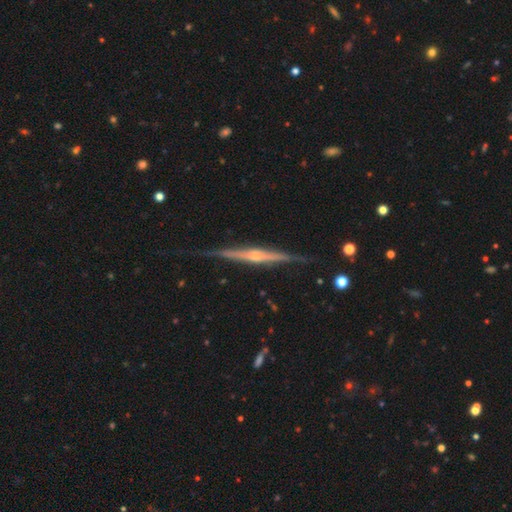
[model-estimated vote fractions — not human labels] Morphology: type=featured or disk (83%); edge-on=yes (98%); edge-on bulge=rounded (71%); merging=none (86%).